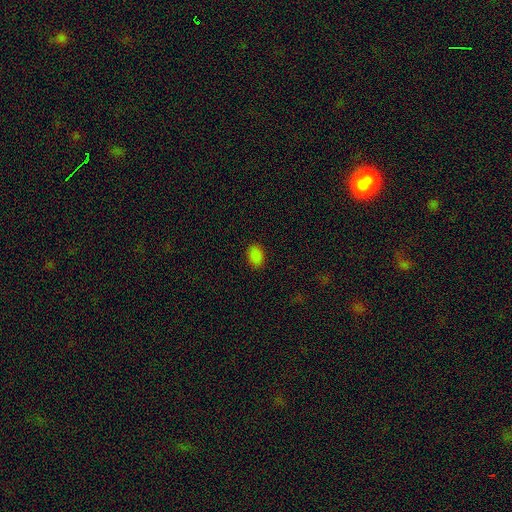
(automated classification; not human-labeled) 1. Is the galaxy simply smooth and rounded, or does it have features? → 85% smooth, 12% star or artifact, 3% featured or disk.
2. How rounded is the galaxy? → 84% in between, 15% round, 1% cigar-shaped.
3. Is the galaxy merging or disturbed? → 87% none, 10% minor disturbance, 2% major disturbance, 1% merger.